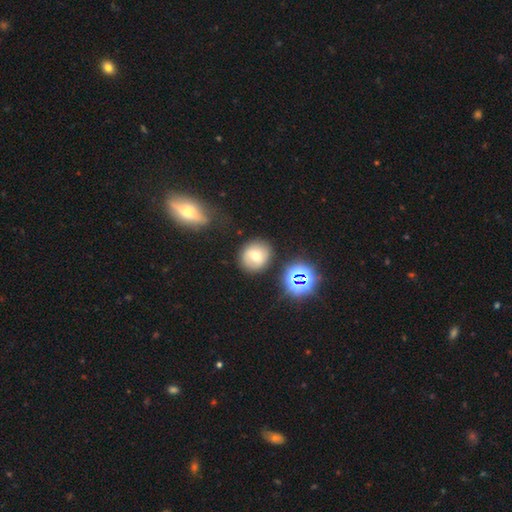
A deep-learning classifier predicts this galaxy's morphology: This is possibly a smooth galaxy (57%). How rounded: clearly round (82%). Merging: likely none (78%).